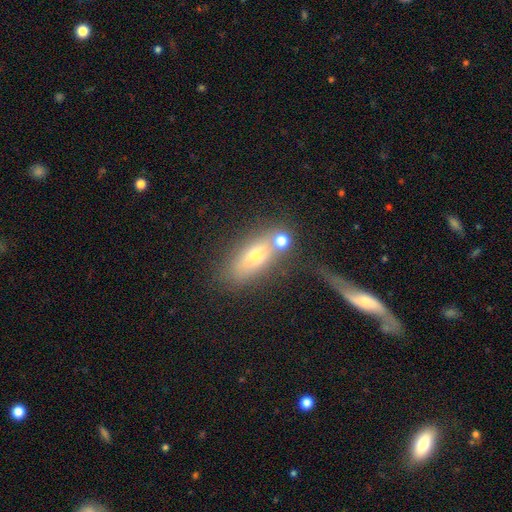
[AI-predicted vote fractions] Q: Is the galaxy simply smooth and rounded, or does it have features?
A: smooth — 59%.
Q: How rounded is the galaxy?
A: in between — 69%.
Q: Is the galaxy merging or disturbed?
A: none — 48%.